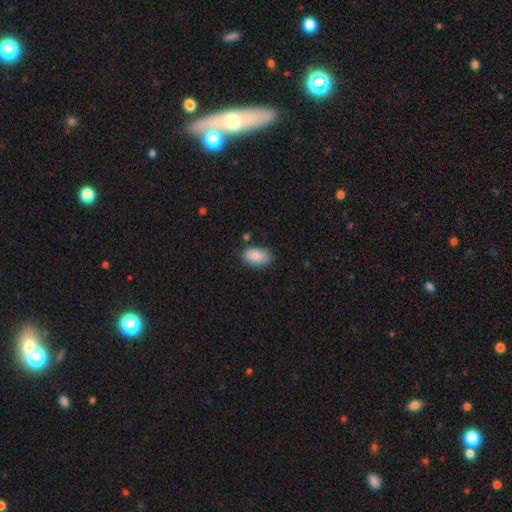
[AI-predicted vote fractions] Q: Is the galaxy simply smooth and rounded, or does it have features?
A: smooth — 88%.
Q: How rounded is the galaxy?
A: in between — 92%.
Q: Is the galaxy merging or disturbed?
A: none — 74%.